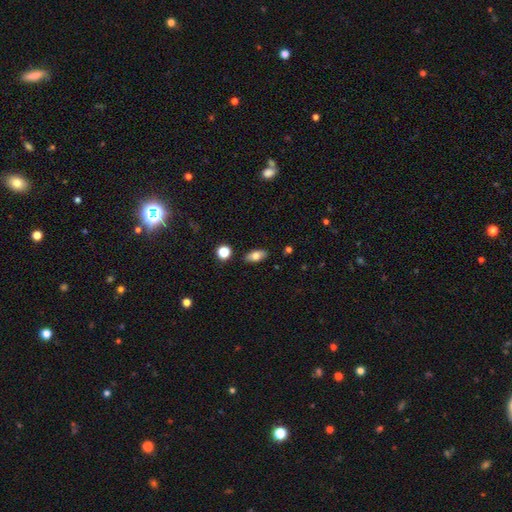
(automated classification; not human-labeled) This is likely a smooth galaxy (77%). How rounded: clearly in between (87%). Merging: clearly none (87%).